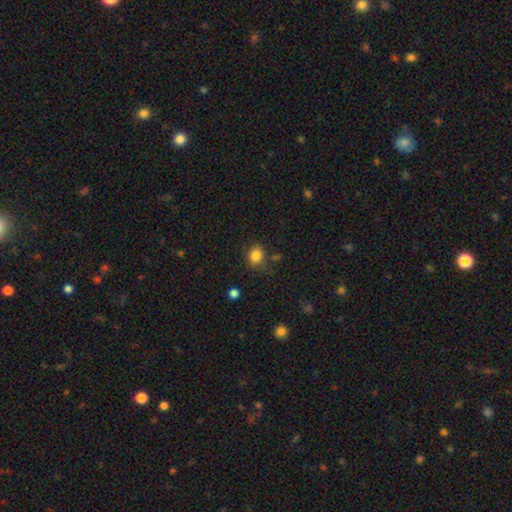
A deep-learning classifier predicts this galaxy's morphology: Smooth or featured: smooth — 84% (star or artifact — 11%)
How rounded: round — 61% (in between — 38%)
Merging: none — 75% (minor disturbance — 16%)